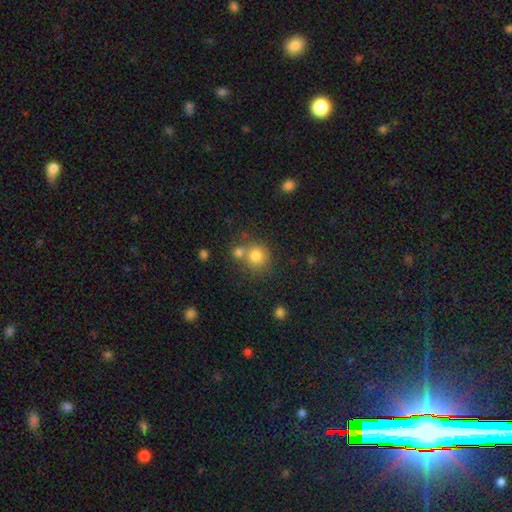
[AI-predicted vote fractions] smooth 79%, star or artifact 12%, featured or disk 9%. Down the decision tree: how rounded — round (87%); merging — none (54%).